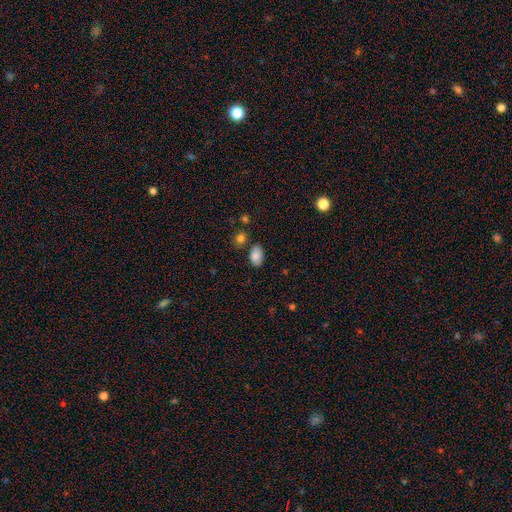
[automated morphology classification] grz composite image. It shows a smooth galaxy with no disk features (85%) that is in between round and cigar-shaped (92%). Merging: none (76%).